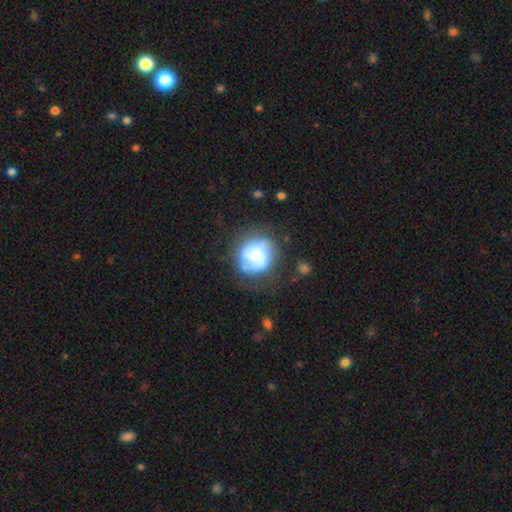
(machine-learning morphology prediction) type=smooth (48%); merging=none (65%).